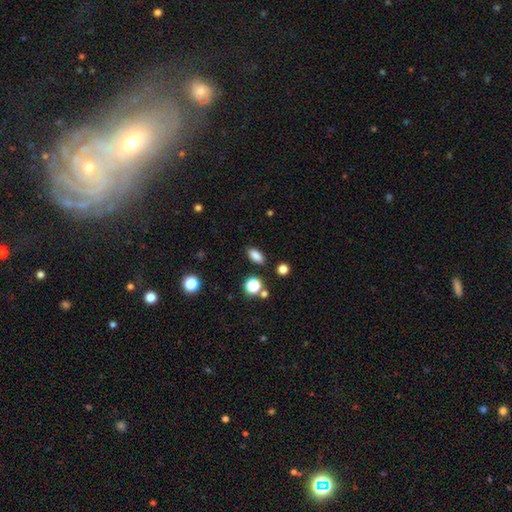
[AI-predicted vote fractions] Smooth or featured? Predicted: smooth (p=0.83). How rounded? Predicted: in between (p=0.82). Merging? Predicted: none (p=0.87).